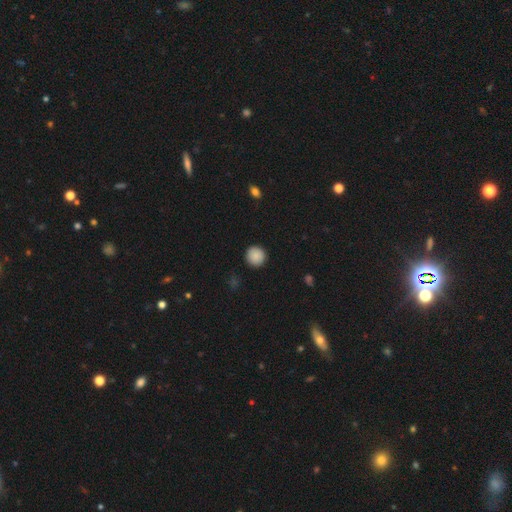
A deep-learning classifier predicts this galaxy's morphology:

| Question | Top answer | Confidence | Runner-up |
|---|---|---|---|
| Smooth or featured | smooth | 89% | star or artifact (8%) |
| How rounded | round | 95% | in between (4%) |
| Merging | none | 93% | minor disturbance (5%) |